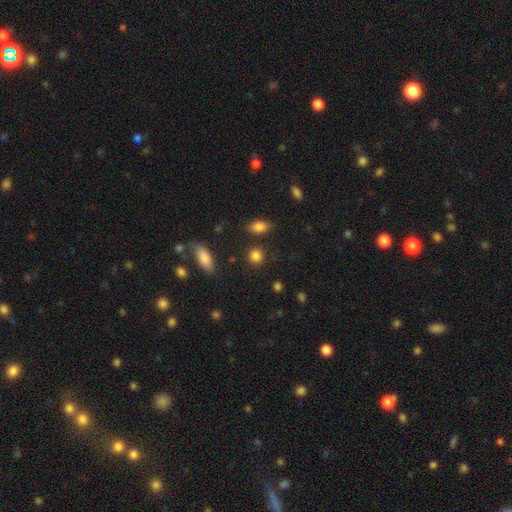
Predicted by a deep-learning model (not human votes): Overall: smooth (85%). How rounded: round (79%). Merging: none (82%).